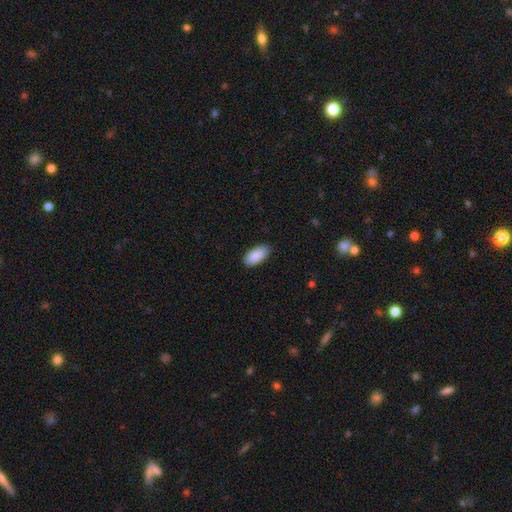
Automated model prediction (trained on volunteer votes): smooth_or_featured: smooth (p=0.90) [alt: star or artifact p=0.06]
how_rounded: in between (p=0.93) [alt: cigar-shaped p=0.05]
merging: none (p=0.85) [alt: minor disturbance p=0.12]